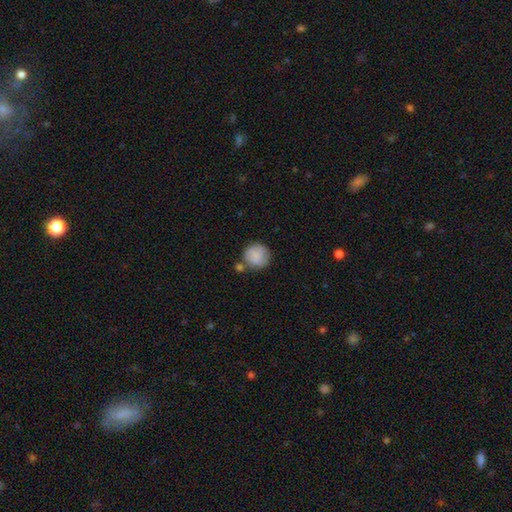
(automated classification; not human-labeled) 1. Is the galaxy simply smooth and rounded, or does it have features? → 84% smooth, 9% featured or disk, 7% star or artifact.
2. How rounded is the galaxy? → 90% round, 9% in between, 1% cigar-shaped.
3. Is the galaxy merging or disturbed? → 62% none, 18% minor disturbance, 14% merger, 6% major disturbance.